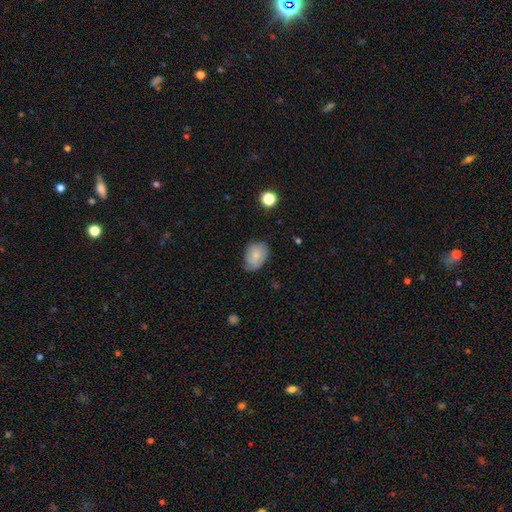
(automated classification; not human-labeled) smooth_or_featured: smooth (p=0.65) [alt: featured or disk p=0.27]
how_rounded: in between (p=0.72) [alt: round p=0.27]
merging: none (p=0.54) [alt: minor disturbance p=0.35]